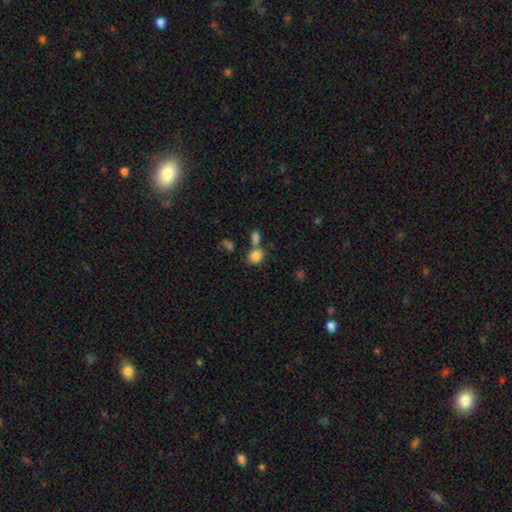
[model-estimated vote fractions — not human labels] Smooth or featured? smooth (84%)
How rounded? round (60%)
Merging? none (52%)